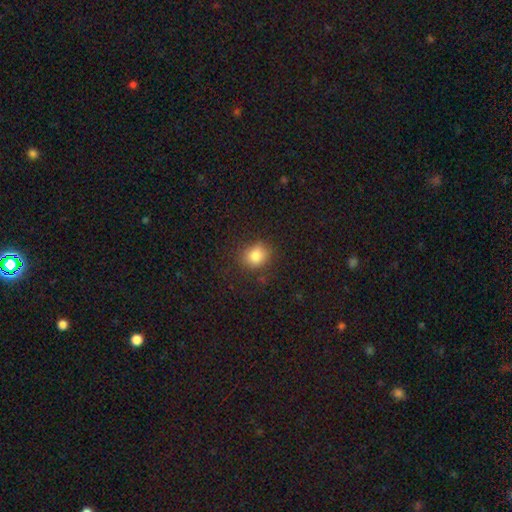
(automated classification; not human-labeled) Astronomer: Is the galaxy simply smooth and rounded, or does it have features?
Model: smooth — 81%.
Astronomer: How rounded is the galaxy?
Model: round — 65%.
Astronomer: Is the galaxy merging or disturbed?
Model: none — 79%.